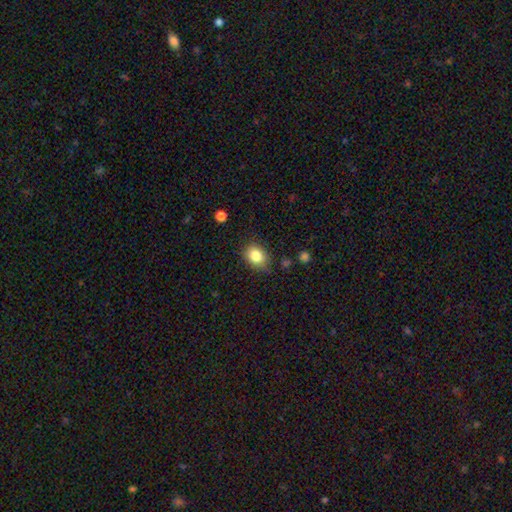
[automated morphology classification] smooth_or_featured: smooth (p=0.83) [alt: star or artifact p=0.09]
how_rounded: in between (p=0.59) [alt: round p=0.40]
merging: none (p=0.79) [alt: minor disturbance p=0.16]